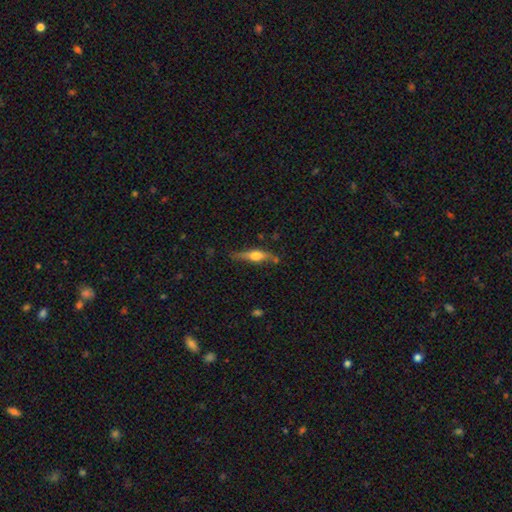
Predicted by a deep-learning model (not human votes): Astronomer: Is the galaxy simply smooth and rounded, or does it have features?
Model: featured or disk — 67%.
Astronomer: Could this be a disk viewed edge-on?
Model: yes — 95%.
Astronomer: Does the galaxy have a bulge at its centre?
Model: rounded — 93%.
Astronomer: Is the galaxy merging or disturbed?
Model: none — 77%.